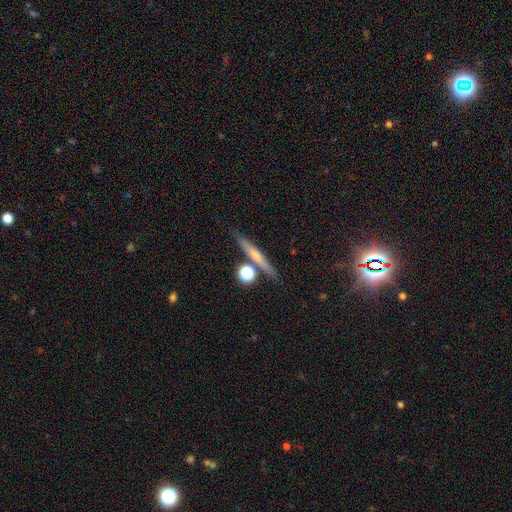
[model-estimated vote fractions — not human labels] Smooth or featured: featured or disk — 45% (smooth — 44%)
Merging: none — 79% (minor disturbance — 9%)